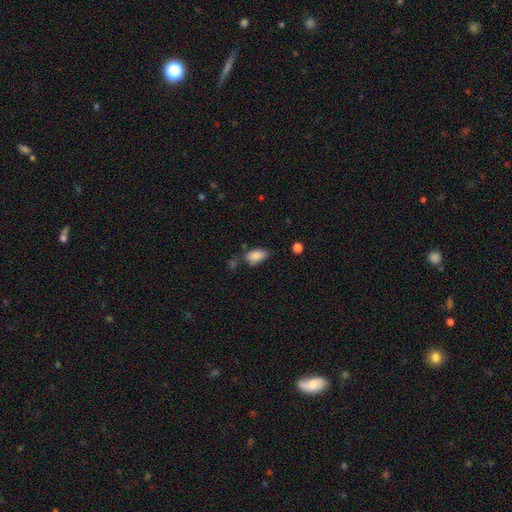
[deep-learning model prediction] Q: Smooth or featured?
A: smooth (86%); runner-up: star or artifact (8%)
Q: How rounded?
A: in between (92%); runner-up: round (5%)
Q: Merging?
A: none (61%); runner-up: minor disturbance (25%)